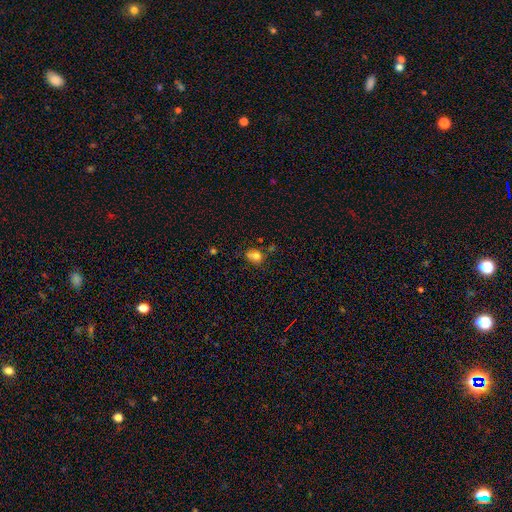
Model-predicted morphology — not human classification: Q: Smooth or featured?
A: smooth (74%); runner-up: star or artifact (14%)
Q: How rounded?
A: in between (54%); runner-up: round (44%)
Q: Merging?
A: none (46%); runner-up: minor disturbance (29%)